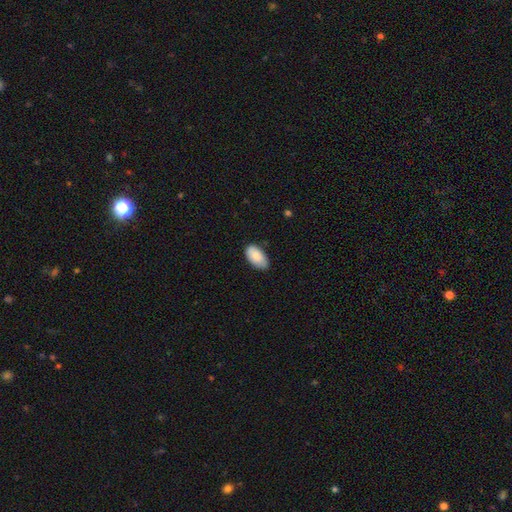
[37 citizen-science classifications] Smooth or featured: smooth — 89% (featured or disk — 5%)
How rounded: in between — 97% (round — 3%)
Merging: none — 71% (minor disturbance — 29%)